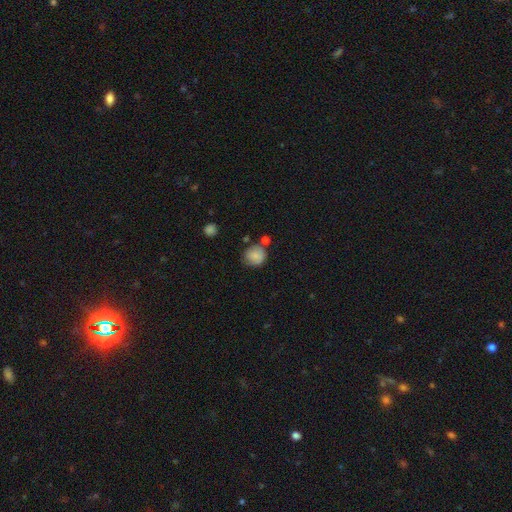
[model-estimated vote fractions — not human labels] Overall: smooth (81%). How rounded: round (83%). Merging: none (64%).